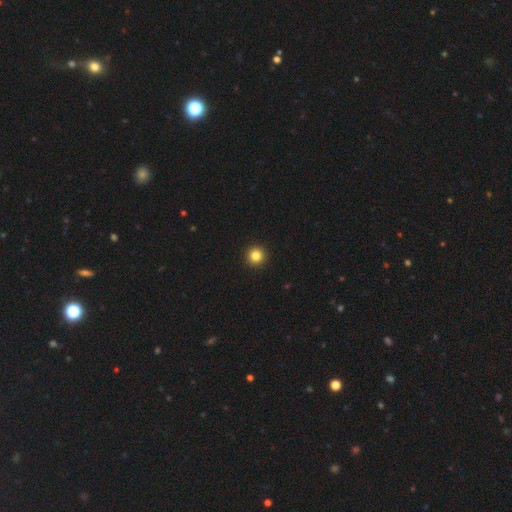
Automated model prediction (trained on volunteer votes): smooth 84%, star or artifact 12%, featured or disk 5%. Down the decision tree: how rounded — round (96%); merging — none (94%).